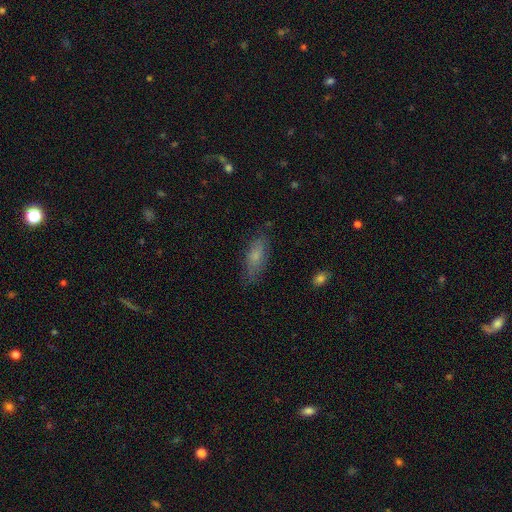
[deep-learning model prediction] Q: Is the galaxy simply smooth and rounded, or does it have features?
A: smooth — 71%.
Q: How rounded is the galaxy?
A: in between — 67%.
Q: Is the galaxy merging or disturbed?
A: none — 75%.